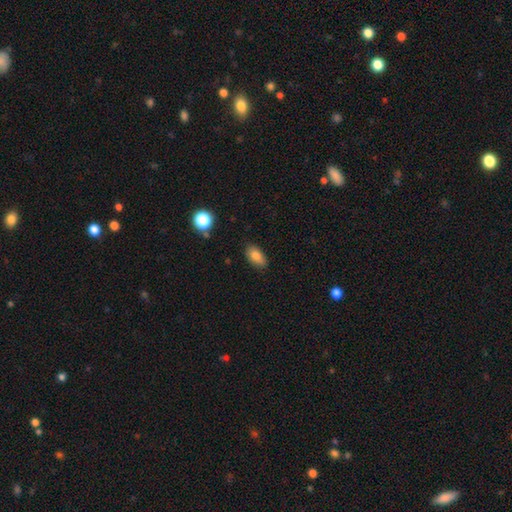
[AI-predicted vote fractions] A smooth galaxy with no disk features (81%) that is in between round and cigar-shaped (89%). Merging: none (82%).